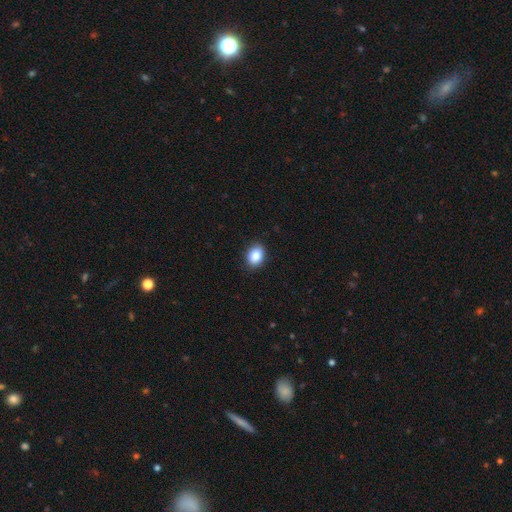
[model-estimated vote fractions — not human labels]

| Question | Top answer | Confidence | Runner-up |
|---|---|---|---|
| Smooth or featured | smooth | 85% | star or artifact (9%) |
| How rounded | in between | 67% | round (32%) |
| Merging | none | 89% | minor disturbance (8%) |